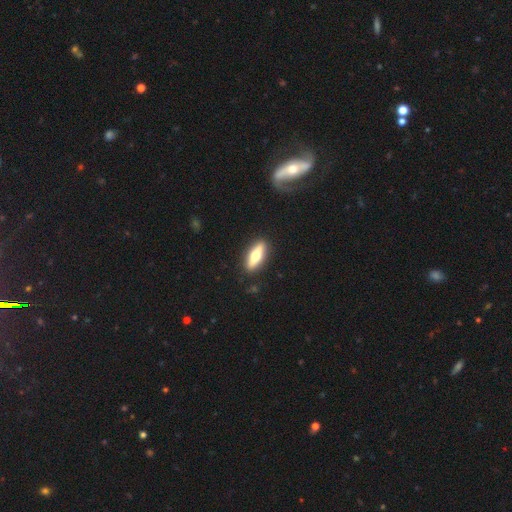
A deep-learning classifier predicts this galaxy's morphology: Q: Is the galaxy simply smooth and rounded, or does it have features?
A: featured or disk — 50%.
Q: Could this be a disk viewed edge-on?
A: yes — 88%.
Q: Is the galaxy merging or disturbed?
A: none — 89%.